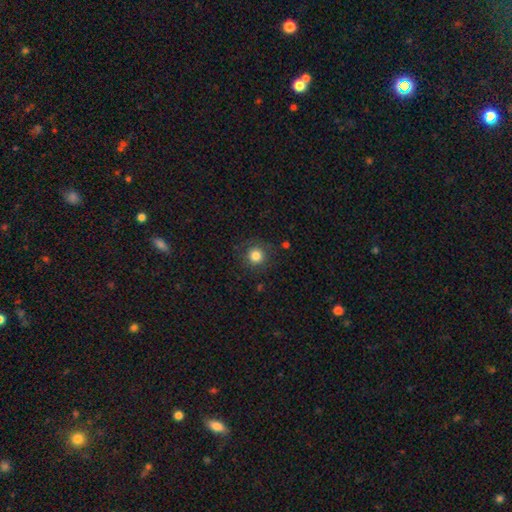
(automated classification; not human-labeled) Smooth or featured?
  - smooth: 83% *
  - star or artifact: 12%
  - featured or disk: 5%
How rounded?
  - round: 94% *
  - in between: 5%
  - cigar-shaped: 1%
Merging?
  - none: 87% *
  - minor disturbance: 9%
  - major disturbance: 3%
  - merger: 1%